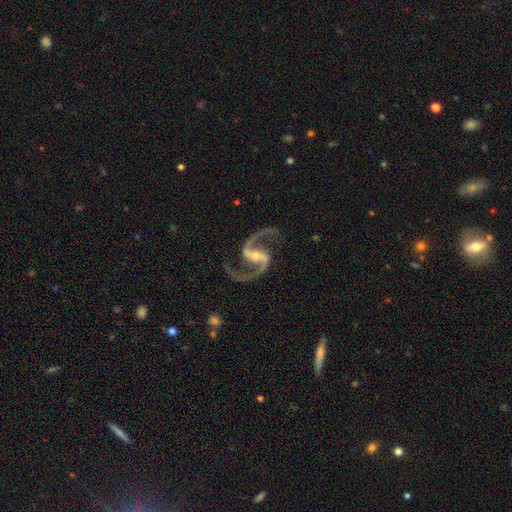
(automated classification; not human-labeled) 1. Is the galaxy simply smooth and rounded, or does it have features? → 94% featured or disk, 4% star or artifact, 2% smooth.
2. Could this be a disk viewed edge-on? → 98% no, 2% yes.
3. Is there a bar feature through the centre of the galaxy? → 51% strong, 35% weak, 14% no.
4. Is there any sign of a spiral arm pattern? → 99% yes, 1% no.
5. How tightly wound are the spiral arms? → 54% medium, 40% loose, 7% tight.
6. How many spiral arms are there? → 95% 2, 1% 1, 1% 3, 1% can't tell, 1% 4, 1% more than 4.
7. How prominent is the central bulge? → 52% small, 39% moderate, 4% none, 3% large, 1% dominant.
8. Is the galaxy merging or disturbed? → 82% none, 10% minor disturbance, 6% major disturbance, 2% merger.